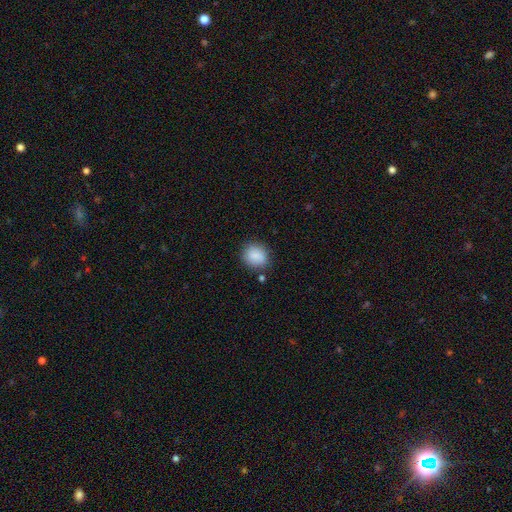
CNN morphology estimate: Q: Smooth or featured?
A: smooth (87%); runner-up: star or artifact (8%)
Q: How rounded?
A: round (68%); runner-up: in between (31%)
Q: Merging?
A: none (79%); runner-up: minor disturbance (14%)